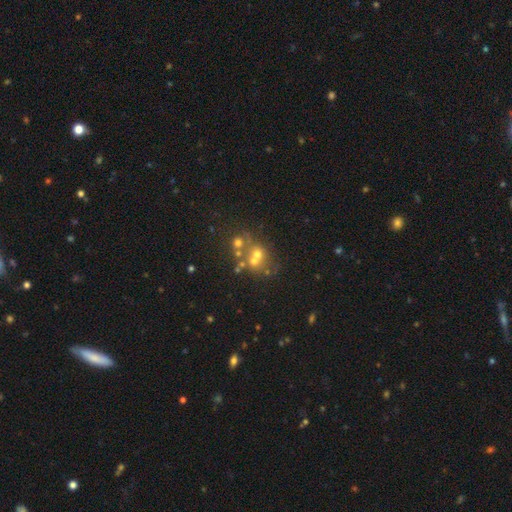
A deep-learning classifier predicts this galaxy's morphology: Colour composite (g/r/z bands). It shows a smooth galaxy with no disk features (43%). Merging: merger (43%).